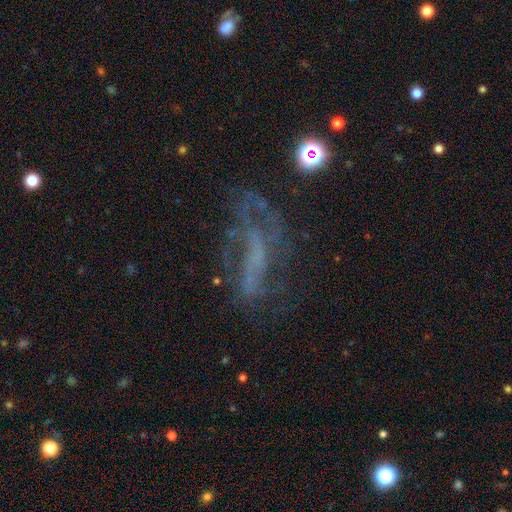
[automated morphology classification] Q: Smooth or featured?
A: featured or disk (56%); runner-up: star or artifact (23%)
Q: Edge-on disk?
A: no (83%); runner-up: yes (17%)
Q: Merging?
A: none (42%); runner-up: major disturbance (33%)